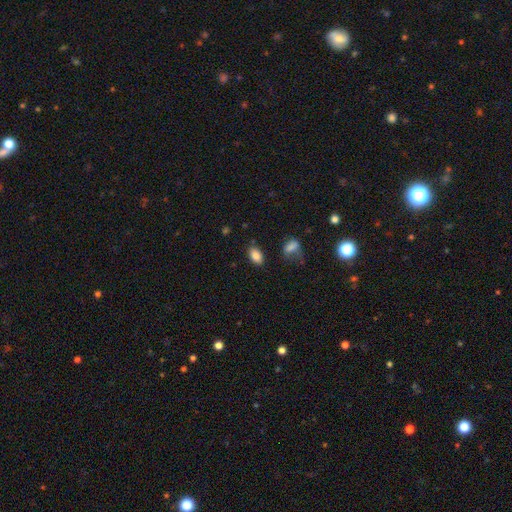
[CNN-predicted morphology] Q: Smooth or featured?
A: smooth (85%); runner-up: star or artifact (8%)
Q: How rounded?
A: in between (90%); runner-up: round (8%)
Q: Merging?
A: none (81%); runner-up: minor disturbance (12%)